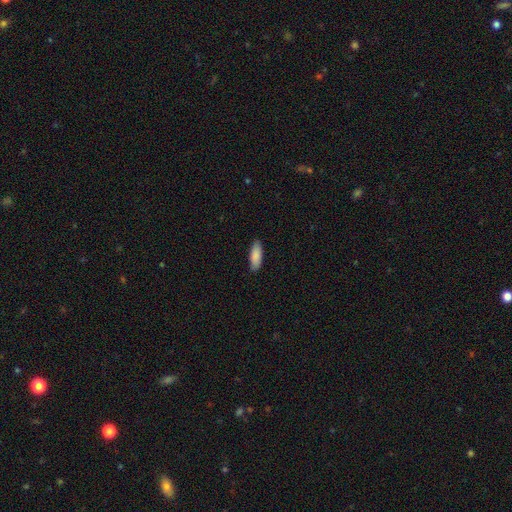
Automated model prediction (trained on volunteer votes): smooth-or-featured: smooth: 87% | featured or disk: 7% | star or artifact: 6%
  how-rounded: in between: 65% | cigar-shaped: 33% | round: 2%
  merging: none: 85% | minor disturbance: 12% | major disturbance: 2% | merger: 1%